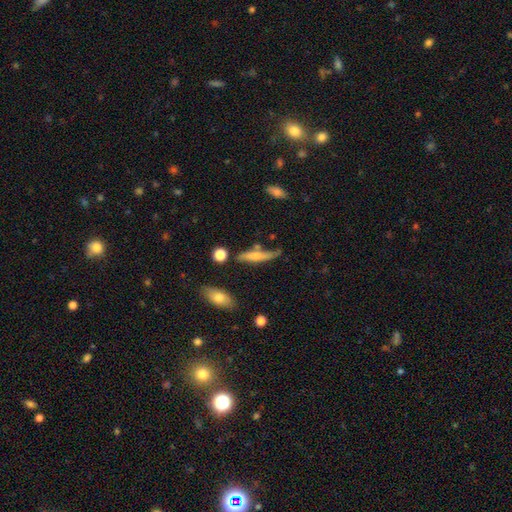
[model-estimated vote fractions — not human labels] This is possibly a smooth galaxy (52%). How rounded: likely cigar-shaped (79%). Merging: possibly none (58%).